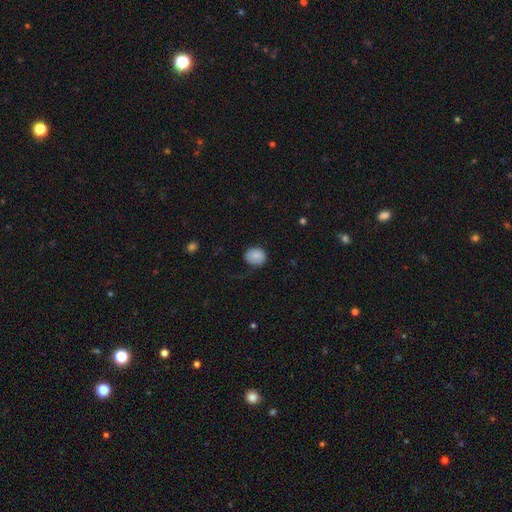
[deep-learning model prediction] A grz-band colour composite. It shows a smooth galaxy with no disk features (83%) that is round (69%). Merging: none (72%).